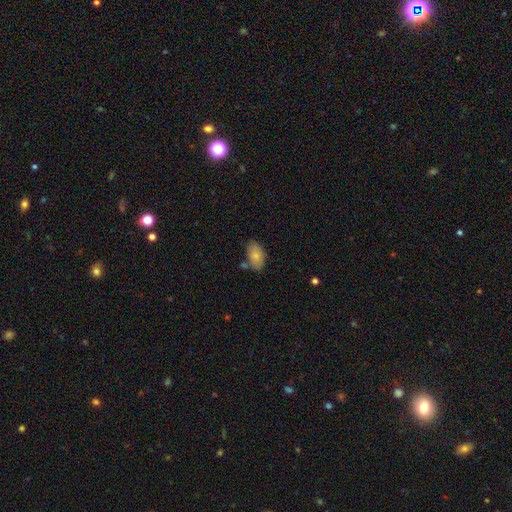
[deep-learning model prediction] smooth-or-featured: smooth: 83% | featured or disk: 10% | star or artifact: 7%
  how-rounded: in between: 93% | round: 5% | cigar-shaped: 2%
  merging: none: 70% | minor disturbance: 17% | merger: 9% | major disturbance: 4%